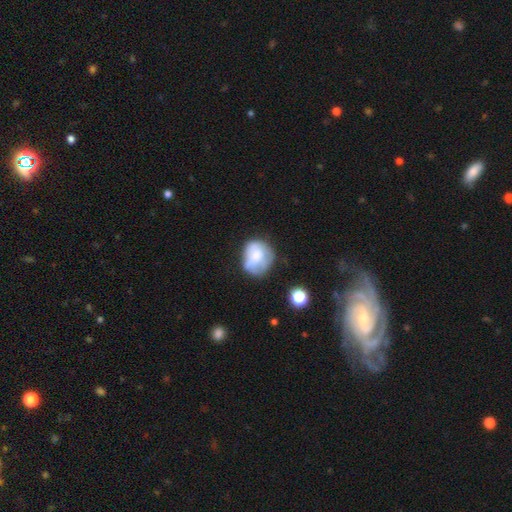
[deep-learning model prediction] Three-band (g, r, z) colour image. It shows a smooth galaxy with no disk features (60%) that is round (66%). Merging: none (45%).